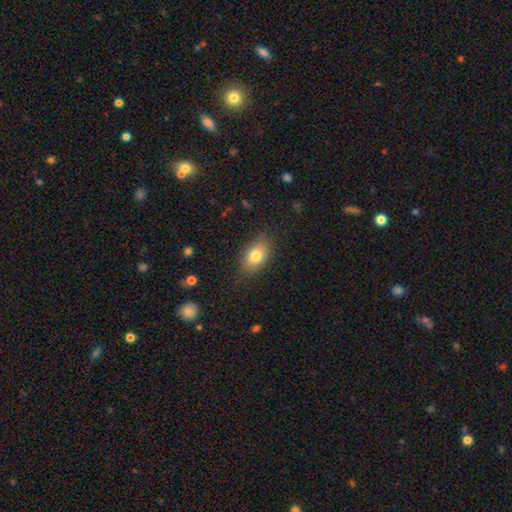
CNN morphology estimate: type=smooth (79%); roundness=in between (86%); merging=none (80%).